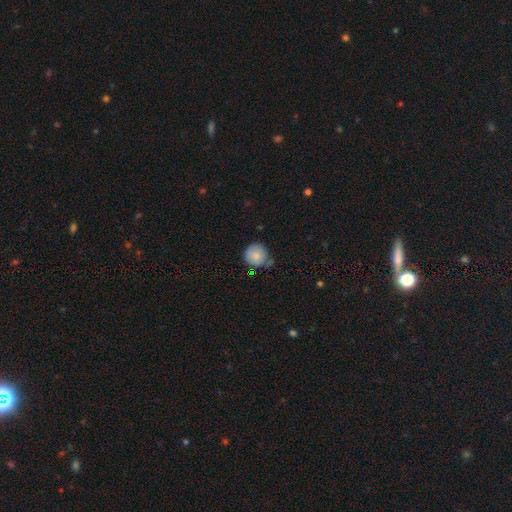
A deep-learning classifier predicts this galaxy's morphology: A smooth galaxy with no disk features (83%) that is round (90%). Merging: none (61%).